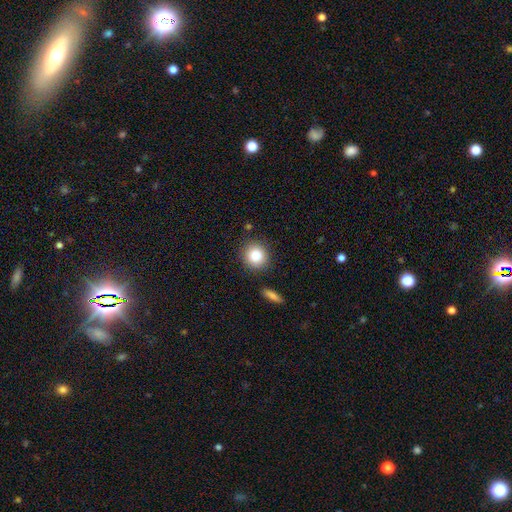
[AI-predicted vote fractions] This appears to be a smooth galaxy with no disk features (86%) that is round (87%). Merging: none (85%).